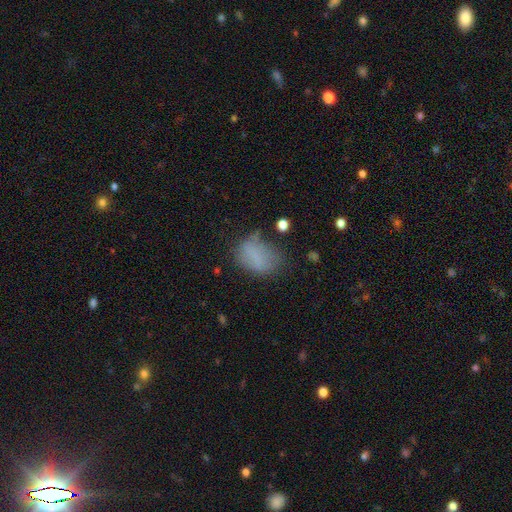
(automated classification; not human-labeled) A smooth galaxy with no disk features (72%) that is in between round and cigar-shaped (81%).

Vote fractions:
- Smooth or featured? smooth: 72% / featured or disk: 16% / star or artifact: 13%
- How rounded? in between: 81% / round: 17% / cigar-shaped: 2%
- Merging? none: 44% / minor disturbance: 31% / major disturbance: 20% / merger: 5%